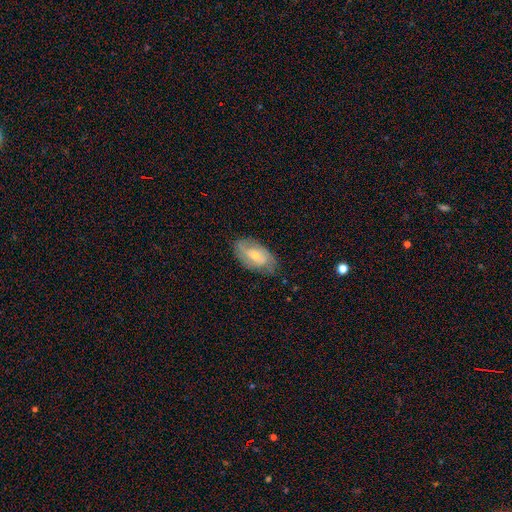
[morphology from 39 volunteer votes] smooth-or-featured: smooth: 49% | featured or disk: 46% | star or artifact: 5%
  how-rounded: in between: 95% | round: 5% | cigar-shaped: 0%
  merging: none: 54% | minor disturbance: 38% | major disturbance: 8% | merger: 0%